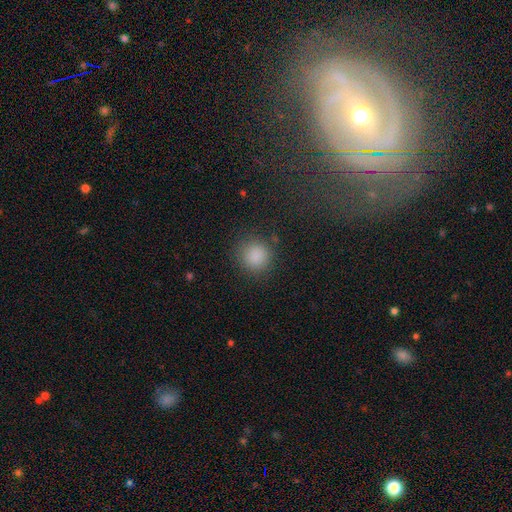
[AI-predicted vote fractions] Overall: smooth (85%). How rounded: round (90%). Merging: none (85%).